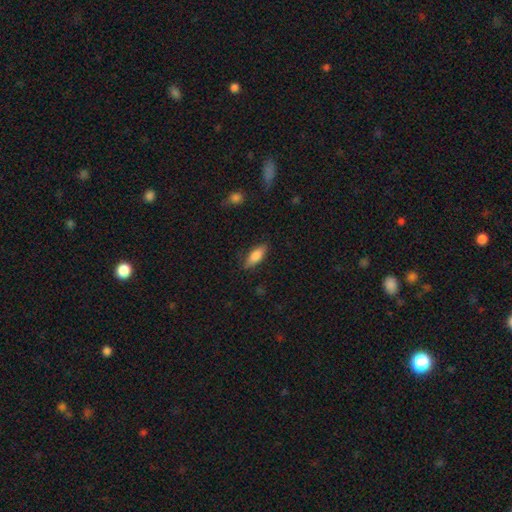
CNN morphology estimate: A smooth galaxy with no disk features (81%) that is in between round and cigar-shaped (69%).

Vote fractions:
- Smooth or featured? smooth: 81% / featured or disk: 12% / star or artifact: 7%
- How rounded? in between: 69% / cigar-shaped: 29% / round: 2%
- Merging? none: 83% / minor disturbance: 13% / major disturbance: 3% / merger: 1%